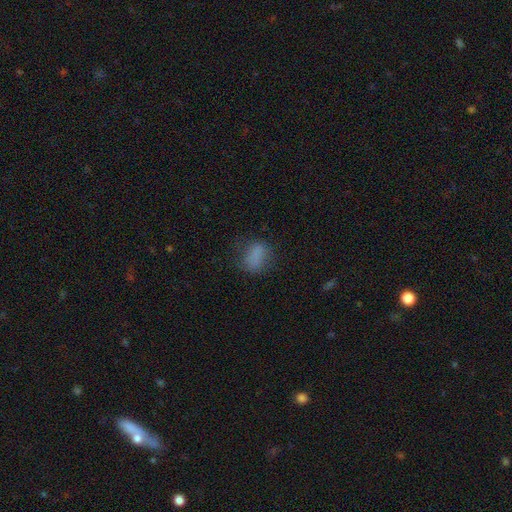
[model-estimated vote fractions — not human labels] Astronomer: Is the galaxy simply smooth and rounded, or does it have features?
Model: smooth — 78%.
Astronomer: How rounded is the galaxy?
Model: in between — 71%.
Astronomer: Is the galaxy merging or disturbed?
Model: none — 62%.